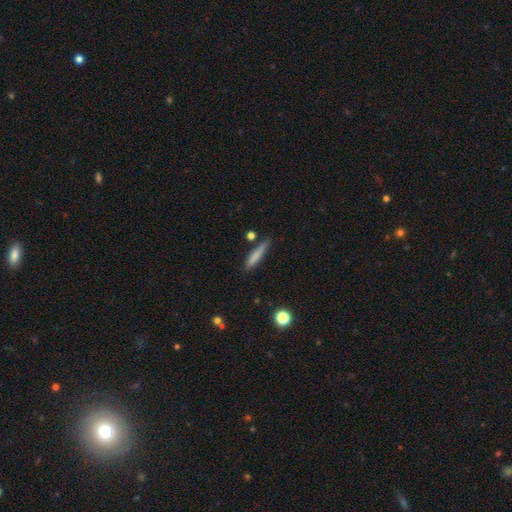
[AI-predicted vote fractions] smooth 76%, featured or disk 17%, star or artifact 7%. Down the decision tree: how rounded — cigar-shaped (89%); merging — none (77%).